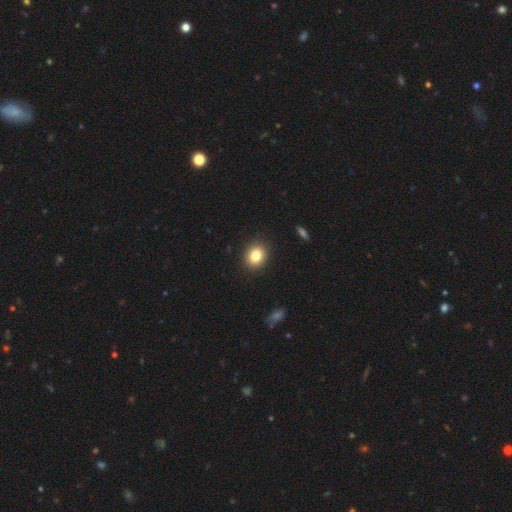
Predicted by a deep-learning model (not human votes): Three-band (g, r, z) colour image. It shows a smooth galaxy with no disk features (83%) that is round (62%). Merging: none (89%).